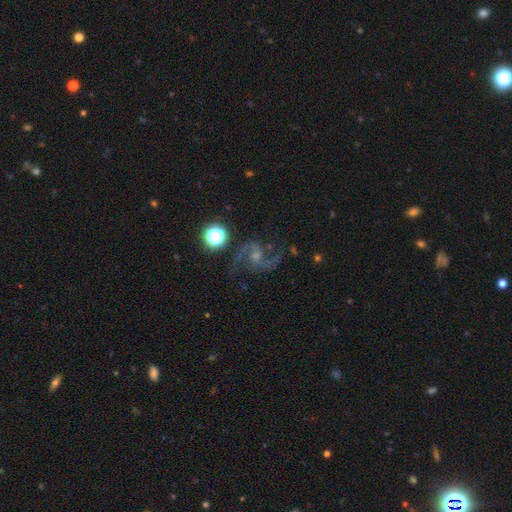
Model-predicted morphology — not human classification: featured or disk 86%, star or artifact 10%, smooth 5%. Down the decision tree: edge-on disk — no (98%); bar — no (45%); spiral arms — yes (98%); spiral arm count — 2 (91%); spiral winding — medium (49%); bulge size — small (51%); merging — none (75%).